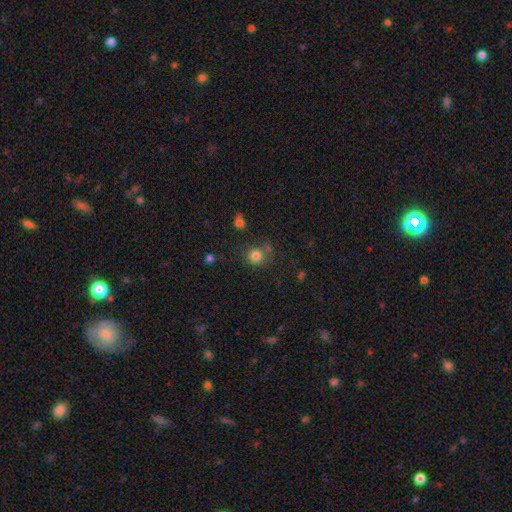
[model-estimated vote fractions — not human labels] Morphology: type=smooth (80%); roundness=round (85%); merging=none (71%).